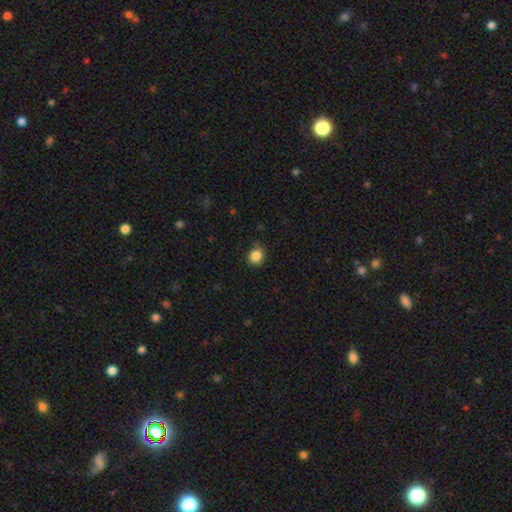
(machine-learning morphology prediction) smooth-or-featured: smooth: 86% | star or artifact: 11% | featured or disk: 4%
  how-rounded: round: 86% | in between: 13% | cigar-shaped: 1%
  merging: none: 83% | minor disturbance: 13% | major disturbance: 3% | merger: 1%